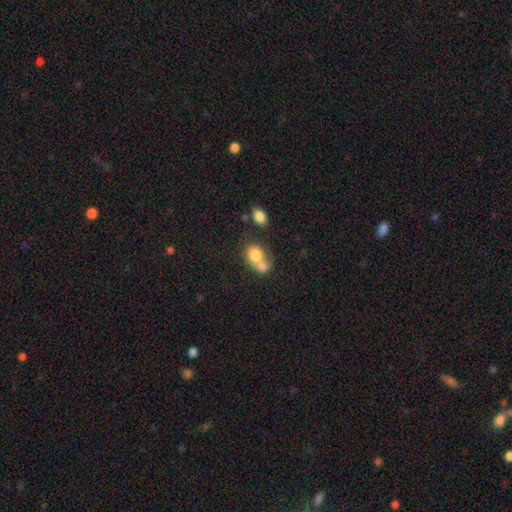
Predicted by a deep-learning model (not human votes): smooth_or_featured: smooth (p=0.76) [alt: featured or disk p=0.15]
how_rounded: round (p=0.56) [alt: in between p=0.43]
merging: merger (p=0.67) [alt: none p=0.22]